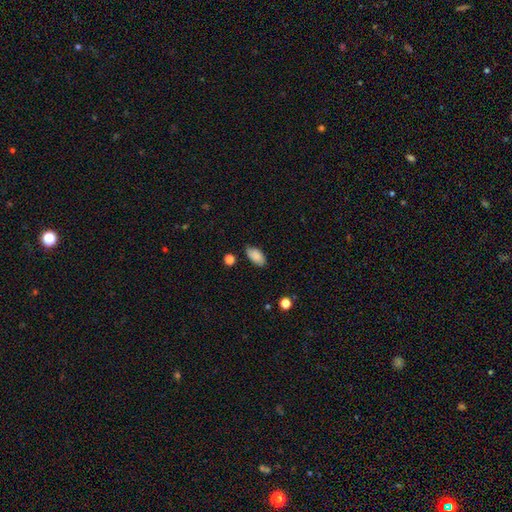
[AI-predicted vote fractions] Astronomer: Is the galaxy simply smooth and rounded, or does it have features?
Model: smooth — 86%.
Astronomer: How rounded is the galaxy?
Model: in between — 93%.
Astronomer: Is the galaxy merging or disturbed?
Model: none — 77%.